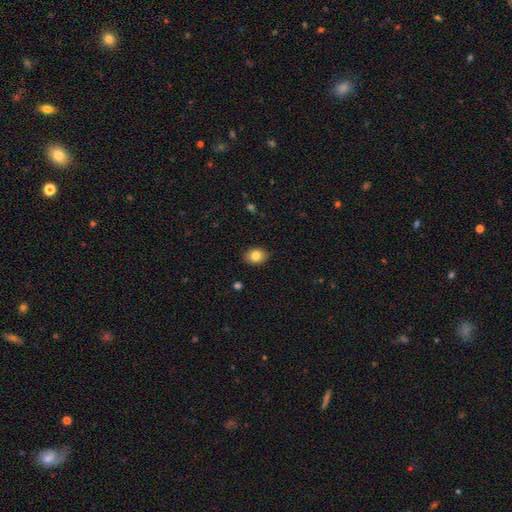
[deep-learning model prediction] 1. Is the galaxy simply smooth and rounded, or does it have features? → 83% smooth, 9% featured or disk, 8% star or artifact.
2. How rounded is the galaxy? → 70% in between, 29% round, 1% cigar-shaped.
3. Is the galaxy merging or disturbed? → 88% none, 9% minor disturbance, 2% major disturbance, 1% merger.